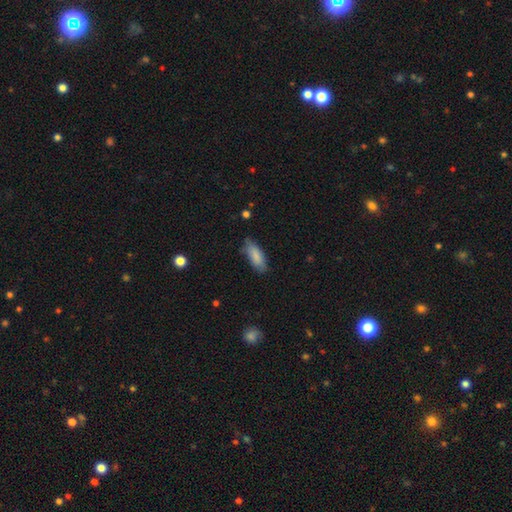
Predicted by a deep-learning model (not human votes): Smooth or featured: smooth — 84% (featured or disk — 10%)
How rounded: in between — 71% (cigar-shaped — 27%)
Merging: none — 74% (minor disturbance — 21%)